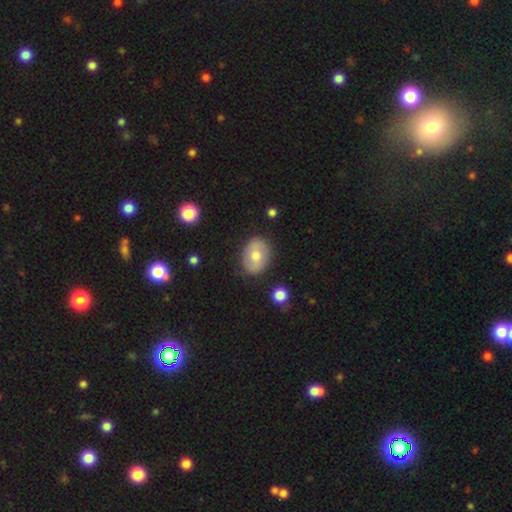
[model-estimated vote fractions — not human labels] A smooth galaxy with no disk features (61%) that is in between round and cigar-shaped (72%).

Vote fractions:
- Smooth or featured? smooth: 61% / featured or disk: 32% / star or artifact: 8%
- How rounded? in between: 72% / round: 27% / cigar-shaped: 1%
- Merging? none: 84% / minor disturbance: 12% / major disturbance: 3% / merger: 2%